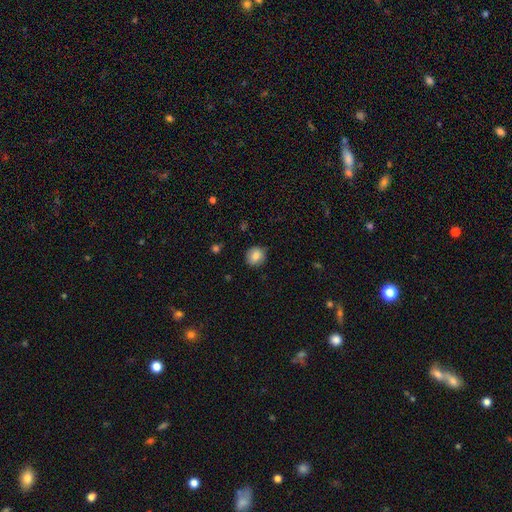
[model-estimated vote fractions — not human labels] A smooth galaxy with no disk features (83%) that is round (83%). Merging: none (86%).